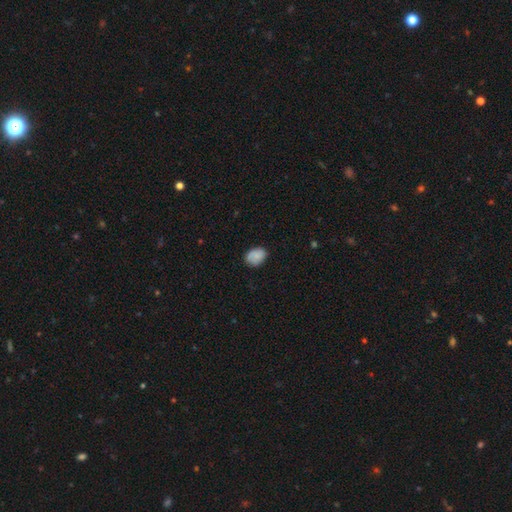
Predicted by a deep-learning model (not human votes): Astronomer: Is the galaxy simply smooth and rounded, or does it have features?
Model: smooth — 77%.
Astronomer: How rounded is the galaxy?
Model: in between — 71%.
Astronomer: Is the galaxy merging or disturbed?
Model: none — 72%.